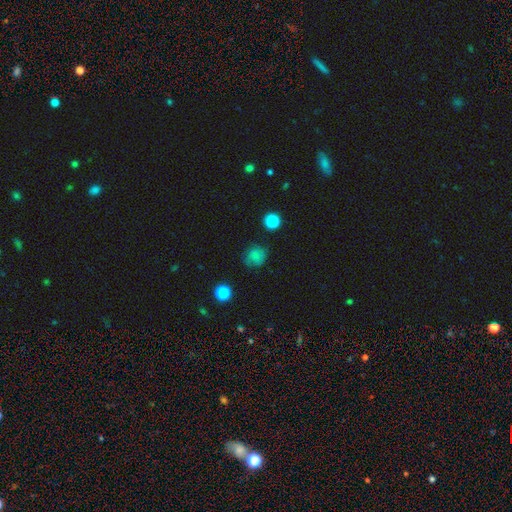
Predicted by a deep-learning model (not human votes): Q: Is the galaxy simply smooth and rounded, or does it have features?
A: smooth — 72%.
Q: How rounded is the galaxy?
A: round — 80%.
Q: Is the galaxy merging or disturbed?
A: none — 68%.